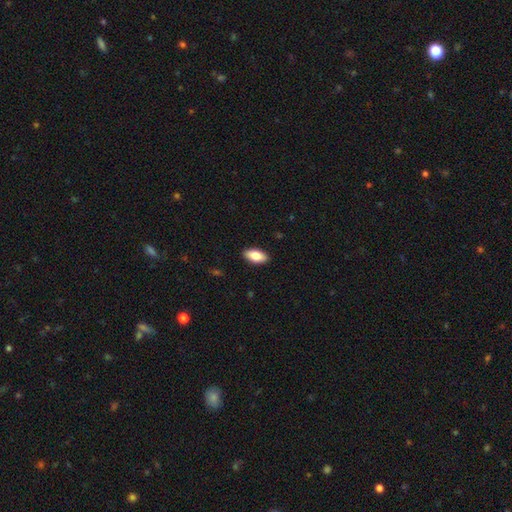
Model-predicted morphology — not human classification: type=smooth (83%); roundness=in between (91%); merging=none (90%).